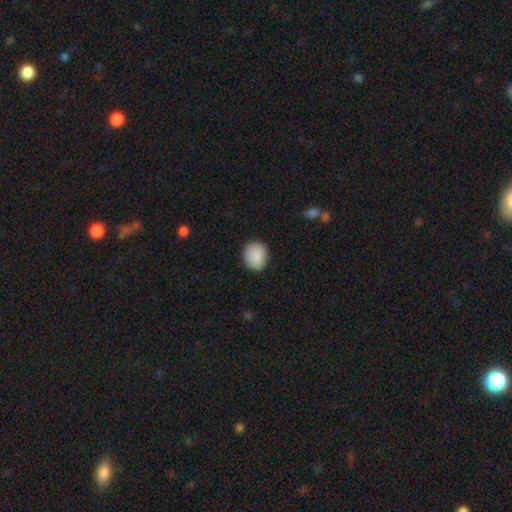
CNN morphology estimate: Overall: smooth (90%). How rounded: round (74%). Merging: none (88%).